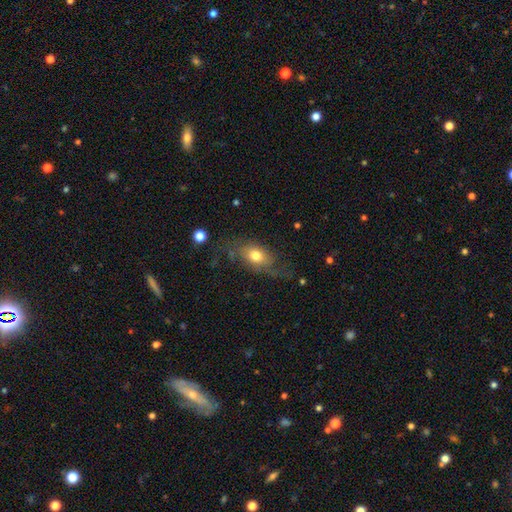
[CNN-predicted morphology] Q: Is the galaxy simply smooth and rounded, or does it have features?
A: smooth — 63%.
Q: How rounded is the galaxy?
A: in between — 75%.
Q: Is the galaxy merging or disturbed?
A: none — 51%.